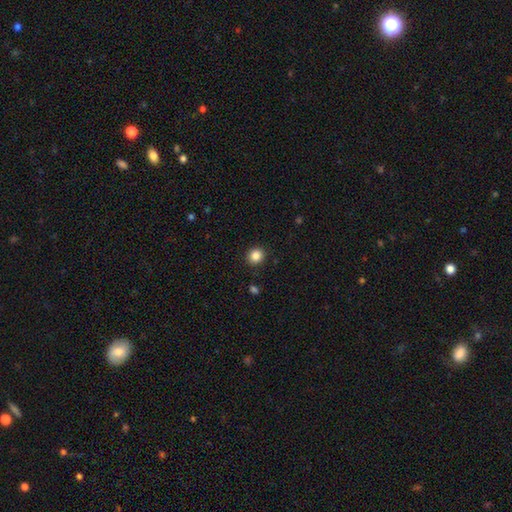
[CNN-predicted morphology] A smooth galaxy with no disk features (86%) that is round (82%). Merging: none (91%).